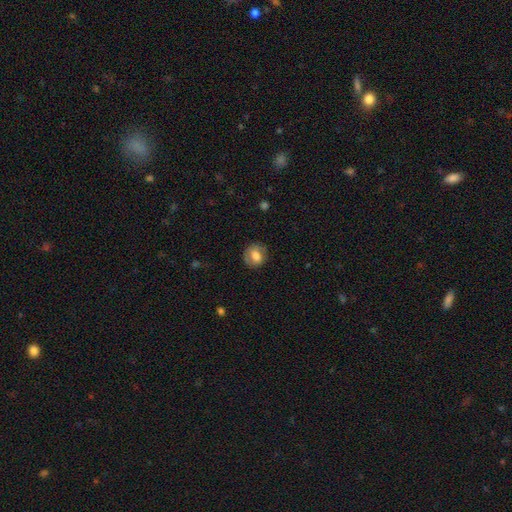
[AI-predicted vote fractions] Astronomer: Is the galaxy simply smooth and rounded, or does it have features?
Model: smooth — 69%.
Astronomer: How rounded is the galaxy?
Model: round — 66%.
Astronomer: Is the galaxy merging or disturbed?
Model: none — 78%.